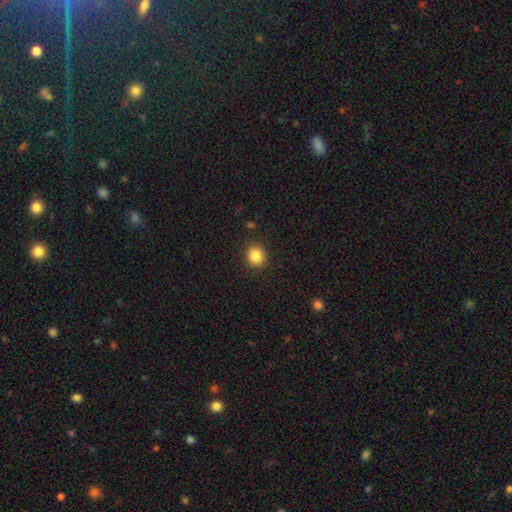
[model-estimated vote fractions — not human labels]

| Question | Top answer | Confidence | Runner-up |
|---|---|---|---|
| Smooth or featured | smooth | 85% | star or artifact (10%) |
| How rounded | round | 84% | in between (15%) |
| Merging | none | 90% | minor disturbance (6%) |